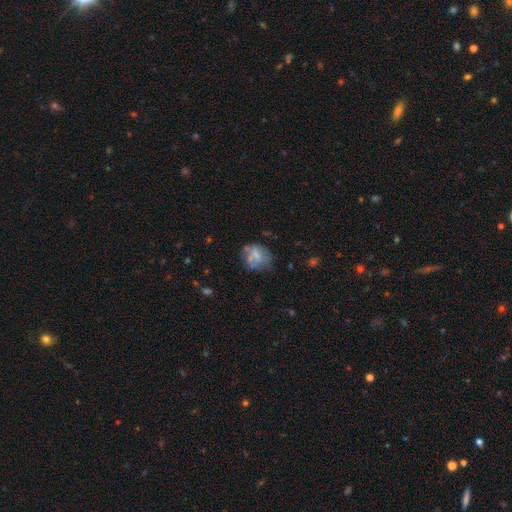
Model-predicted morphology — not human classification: The model was most divided on "smooth or featured": smooth: 58%, featured or disk: 31%, star or artifact: 11%. More confident: how rounded — round (65%); merging — none (52%).